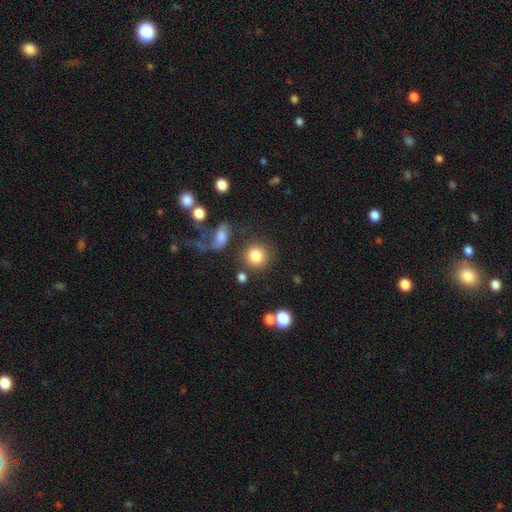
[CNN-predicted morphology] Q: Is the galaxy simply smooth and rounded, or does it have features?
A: smooth — 83%.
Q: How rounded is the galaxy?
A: round — 88%.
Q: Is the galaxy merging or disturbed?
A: none — 76%.